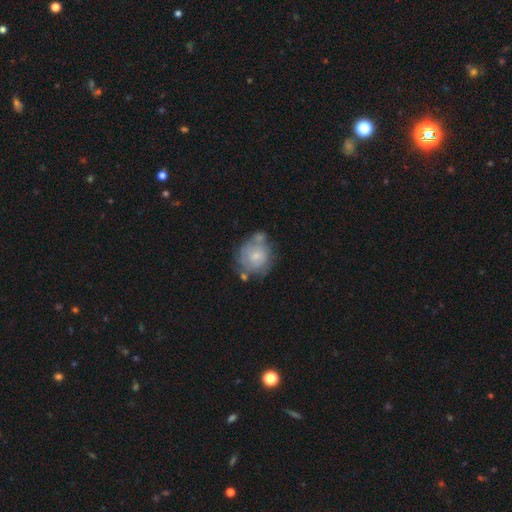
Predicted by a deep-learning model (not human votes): A smooth galaxy with no disk features (48%). Merging: none (45%).